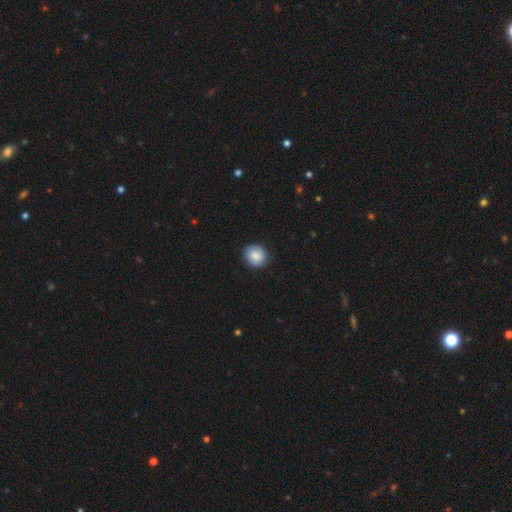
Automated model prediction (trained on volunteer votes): Smooth or featured? smooth (84%)
How rounded? round (86%)
Merging? none (87%)